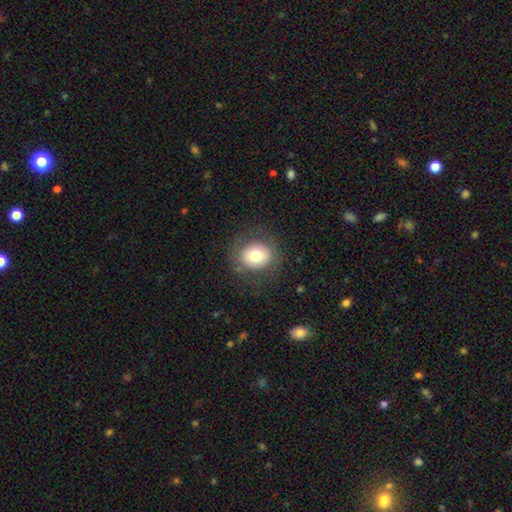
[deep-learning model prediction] smooth_or_featured: smooth (p=0.76) [alt: featured or disk p=0.14]
how_rounded: round (p=0.75) [alt: in between p=0.24]
merging: none (p=0.84) [alt: minor disturbance p=0.10]